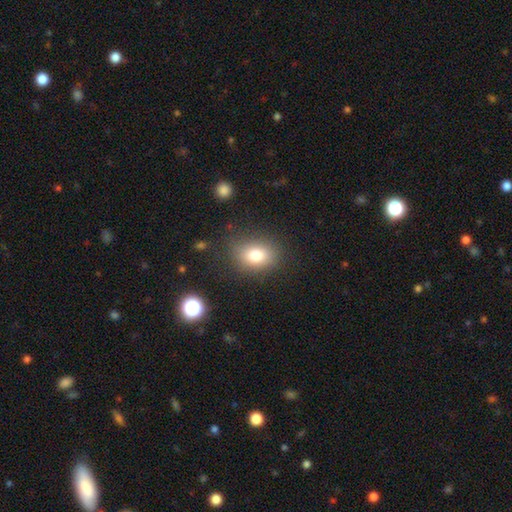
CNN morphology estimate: Smooth or featured? Predicted: smooth (p=0.79). How rounded? Predicted: in between (p=0.62). Merging? Predicted: none (p=0.80).